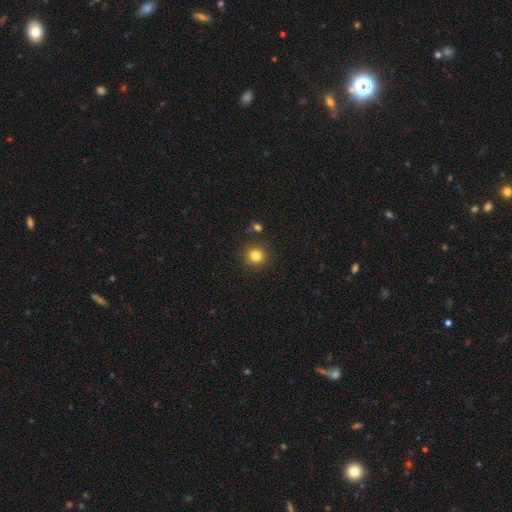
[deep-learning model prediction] Q: Smooth or featured?
A: smooth (82%); runner-up: star or artifact (12%)
Q: How rounded?
A: round (92%); runner-up: in between (7%)
Q: Merging?
A: none (87%); runner-up: minor disturbance (7%)